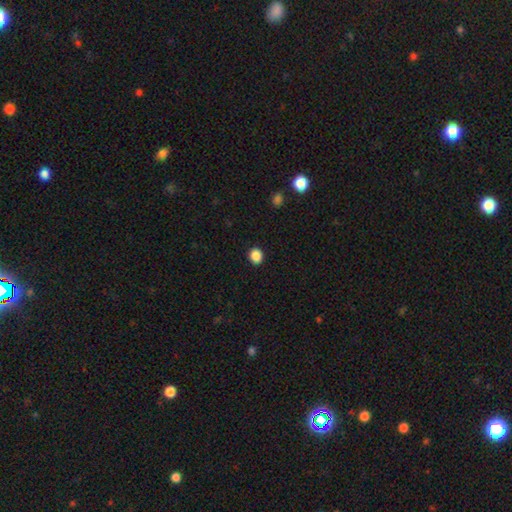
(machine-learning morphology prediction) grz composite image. It shows a smooth galaxy with no disk features (88%) that is round (70%). Merging: none (91%).